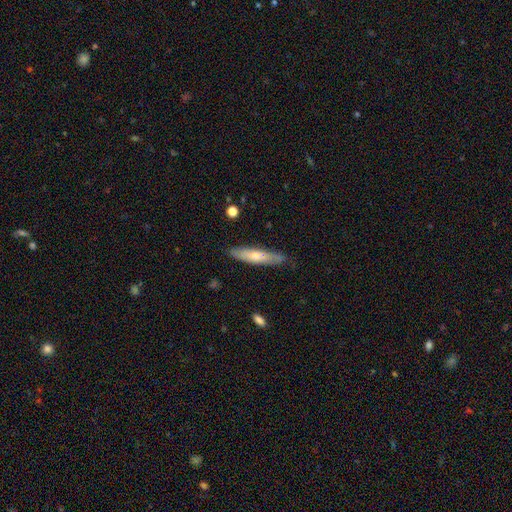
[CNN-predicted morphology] Smooth or featured?
  - smooth: 51% *
  - featured or disk: 43%
  - star or artifact: 6%
How rounded?
  - cigar-shaped: 84% *
  - in between: 15%
  - round: 2%
Merging?
  - none: 82% *
  - minor disturbance: 14%
  - major disturbance: 2%
  - merger: 1%